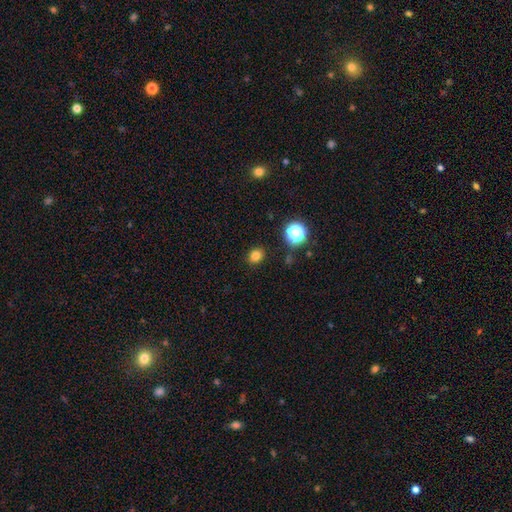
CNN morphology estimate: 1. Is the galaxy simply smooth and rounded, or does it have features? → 79% smooth, 15% star or artifact, 6% featured or disk.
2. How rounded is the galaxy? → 61% round, 38% in between, 1% cigar-shaped.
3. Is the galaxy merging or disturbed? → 88% none, 8% minor disturbance, 2% major disturbance, 2% merger.